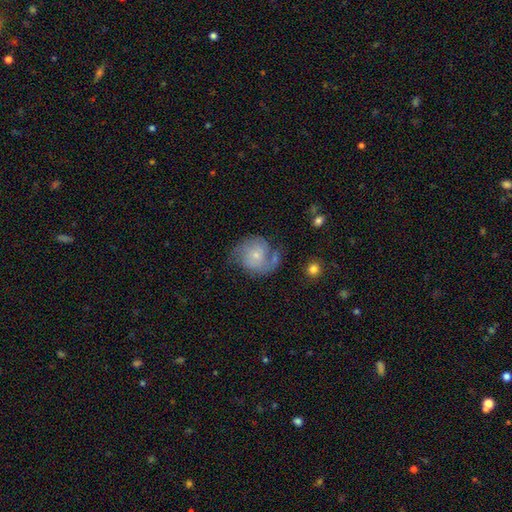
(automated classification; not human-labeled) The model was most divided on "spiral winding": medium: 45%, tight: 31%, loose: 24%. Remaining: edge-on disk — no (98%); spiral arms — yes (88%); spiral arm count — 2 (74%); bar — no (69%); bulge size — small (69%); smooth or featured — featured or disk (65%); merging — none (49%).